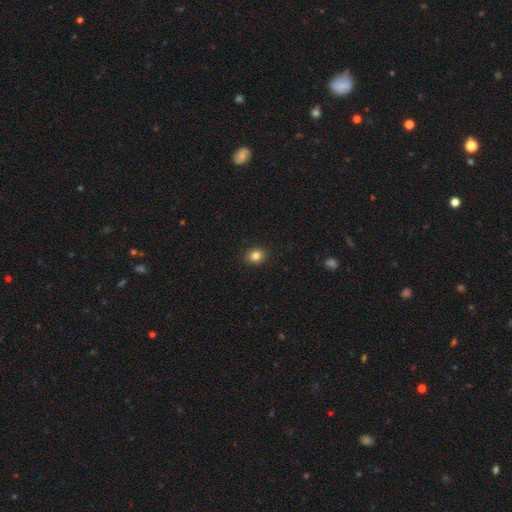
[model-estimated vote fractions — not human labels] The model was most divided on "how rounded": round: 59%, in between: 40%, cigar-shaped: 1%. More confident: merging — none (91%); smooth or featured — smooth (83%).